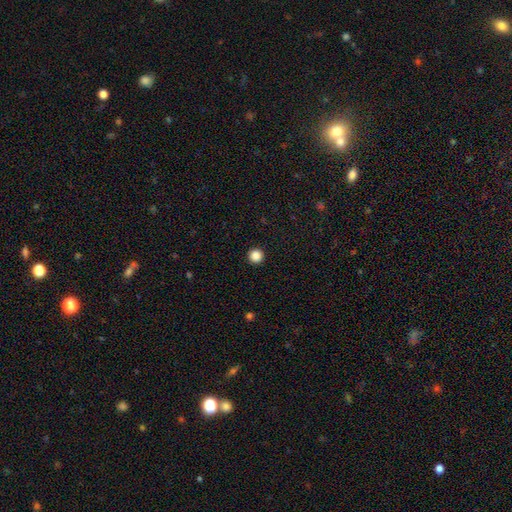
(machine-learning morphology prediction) Smooth or featured? smooth (87%)
How rounded? round (97%)
Merging? none (94%)